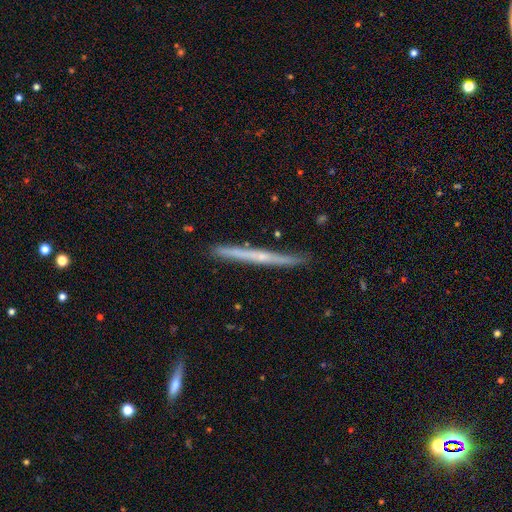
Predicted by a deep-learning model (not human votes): This is likely a featured or disk galaxy (64%). It is clearly viewed edge-on (97%). Edge-on bulge: possibly none (58%). Merging: clearly none (89%).